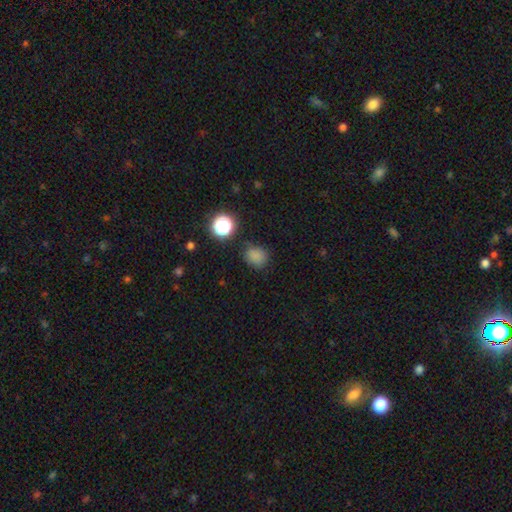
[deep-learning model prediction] Smooth or featured? Predicted: smooth (p=0.77). How rounded? Predicted: round (p=0.72). Merging? Predicted: none (p=0.75).